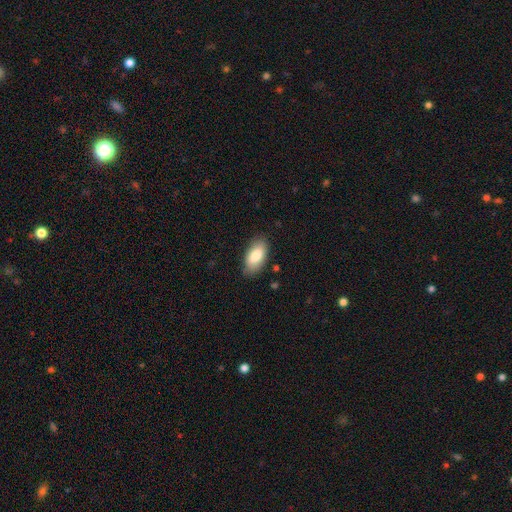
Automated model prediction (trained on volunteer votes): Morphology: type=smooth (82%); roundness=in between (93%); merging=none (81%).